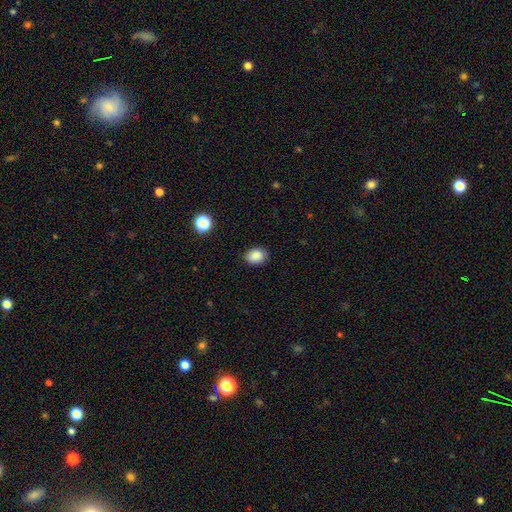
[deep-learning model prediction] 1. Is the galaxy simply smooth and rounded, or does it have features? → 87% smooth, 10% star or artifact, 4% featured or disk.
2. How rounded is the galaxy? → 60% in between, 39% round, 1% cigar-shaped.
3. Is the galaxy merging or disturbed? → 85% none, 11% minor disturbance, 3% major disturbance, 1% merger.